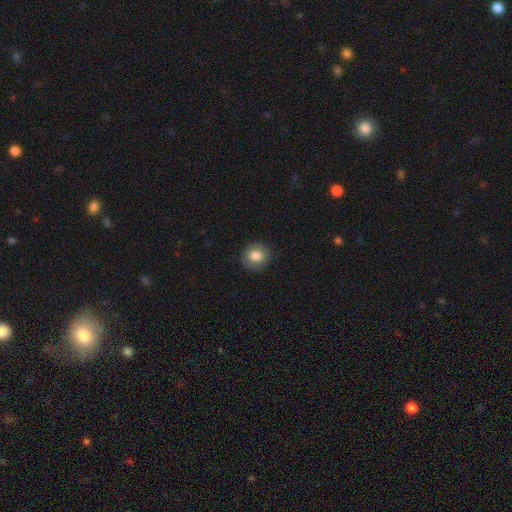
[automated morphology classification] Smooth or featured: smooth — 81% (featured or disk — 10%)
How rounded: round — 85% (in between — 14%)
Merging: none — 87% (minor disturbance — 9%)